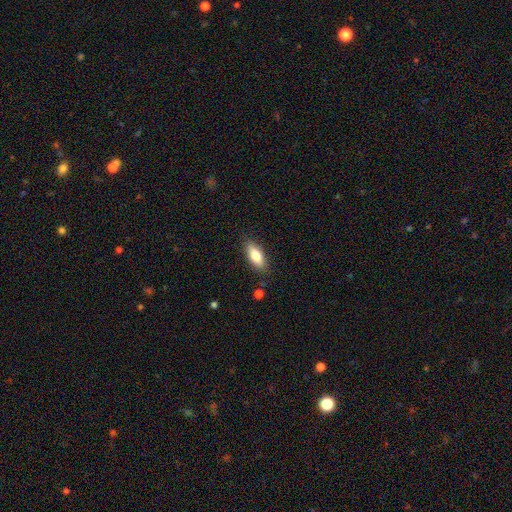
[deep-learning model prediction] smooth 77%, featured or disk 16%, star or artifact 7%. Down the decision tree: how rounded — in between (76%); merging — none (85%).